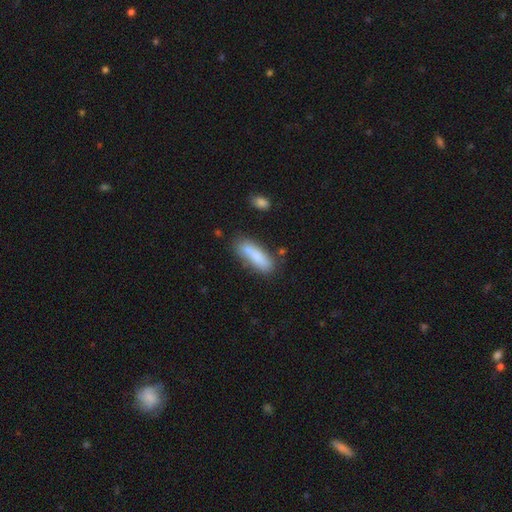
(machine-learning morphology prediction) This is likely a smooth galaxy (79%). How rounded: possibly cigar-shaped (52%). Merging: likely none (62%).